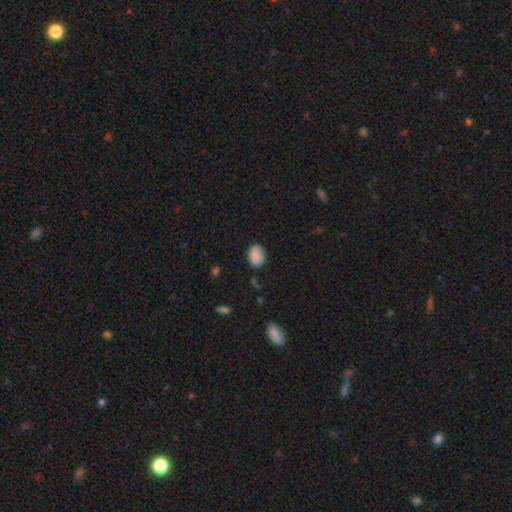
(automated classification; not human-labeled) Smooth or featured? Predicted: smooth (p=0.86). How rounded? Predicted: in between (p=0.69). Merging? Predicted: none (p=0.78).